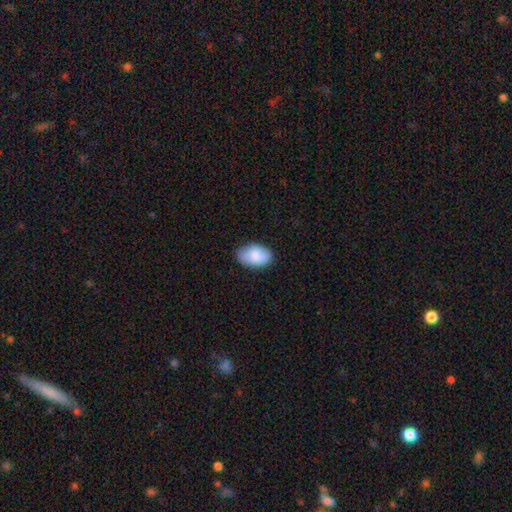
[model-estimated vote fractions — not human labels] This is clearly a smooth galaxy (81%). How rounded: clearly in between (90%). Merging: likely none (77%).